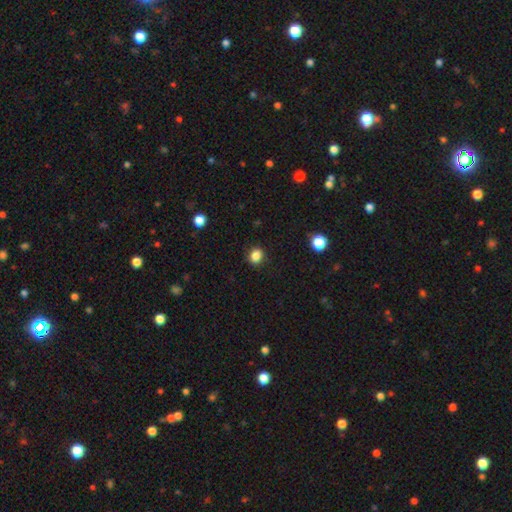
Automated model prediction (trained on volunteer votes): Overall: smooth (85%). How rounded: round (66%; in between 33%). Merging: none (90%).